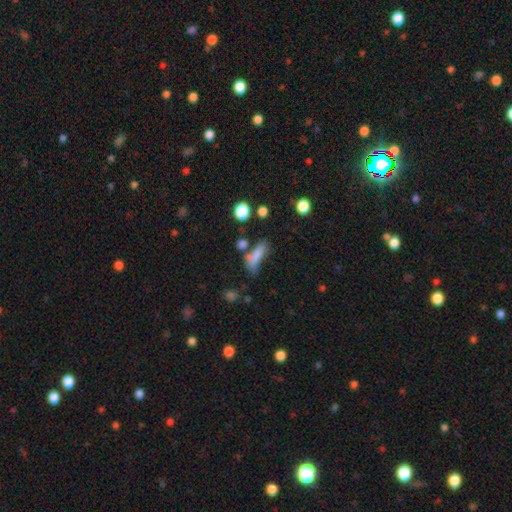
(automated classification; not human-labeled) Morphology: type=smooth (73%); roundness=in between (53%); merging=none (40%).